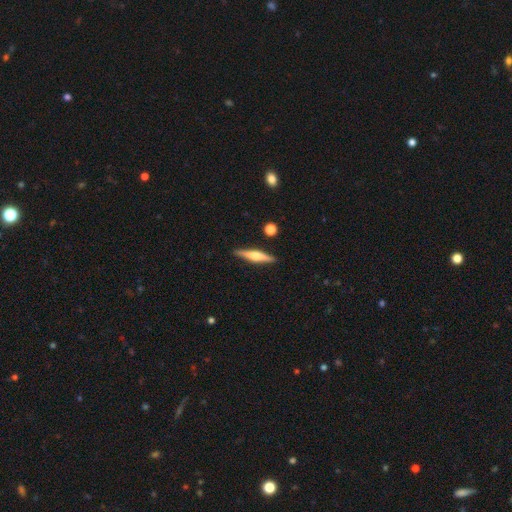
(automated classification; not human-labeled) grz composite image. It shows a featured or disk galaxy (61%) viewed edge-on (97%) with a rounded central bulge (88%). Merging: none (90%).